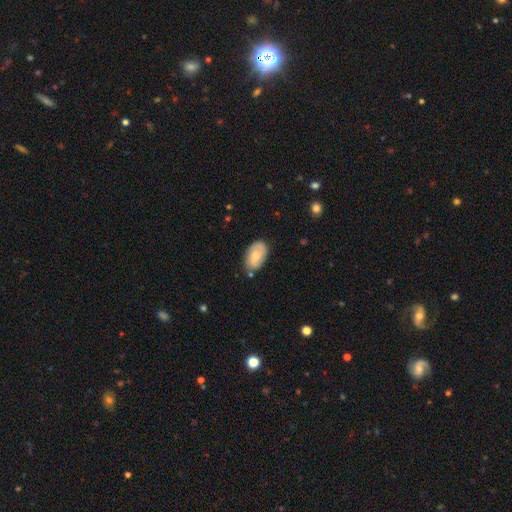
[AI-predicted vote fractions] Smooth or featured? Predicted: smooth (p=0.59). How rounded? Predicted: in between (p=0.92). Merging? Predicted: none (p=0.75).